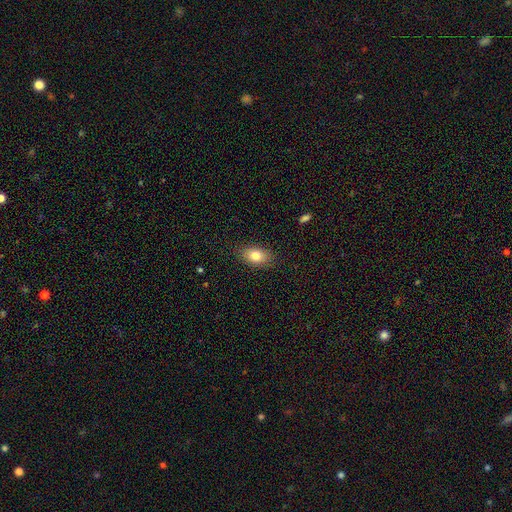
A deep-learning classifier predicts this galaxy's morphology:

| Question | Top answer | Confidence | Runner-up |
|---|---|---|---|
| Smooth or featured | smooth | 81% | featured or disk (11%) |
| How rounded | in between | 86% | round (12%) |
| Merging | none | 86% | minor disturbance (11%) |